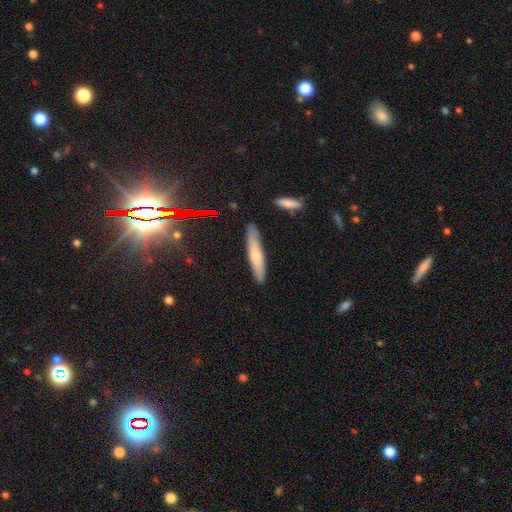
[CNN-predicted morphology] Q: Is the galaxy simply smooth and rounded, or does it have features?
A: smooth — 63%.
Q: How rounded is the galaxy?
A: cigar-shaped — 89%.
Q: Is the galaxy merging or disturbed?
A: none — 86%.